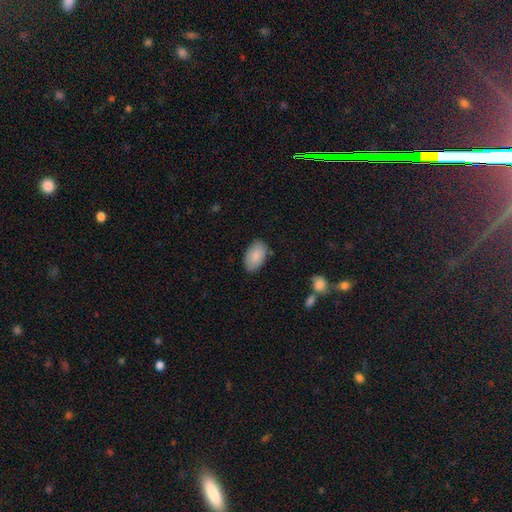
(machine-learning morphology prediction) smooth_or_featured: smooth (p=0.88) [alt: featured or disk p=0.06]
how_rounded: in between (p=0.94) [alt: round p=0.05]
merging: none (p=0.83) [alt: minor disturbance p=0.13]